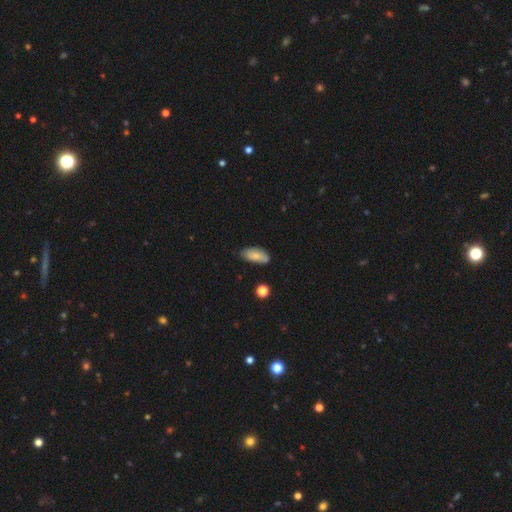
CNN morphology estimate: smooth 79%, featured or disk 14%, star or artifact 7%. Down the decision tree: how rounded — in between (88%); merging — none (72%).